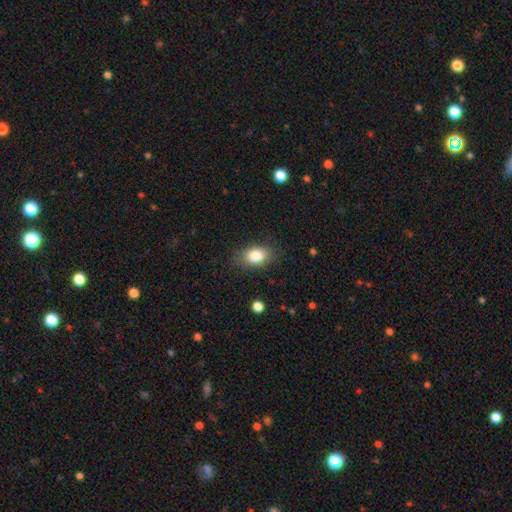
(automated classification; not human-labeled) Q: Smooth or featured?
A: smooth (83%); runner-up: featured or disk (9%)
Q: How rounded?
A: in between (82%); runner-up: round (16%)
Q: Merging?
A: none (82%); runner-up: minor disturbance (13%)